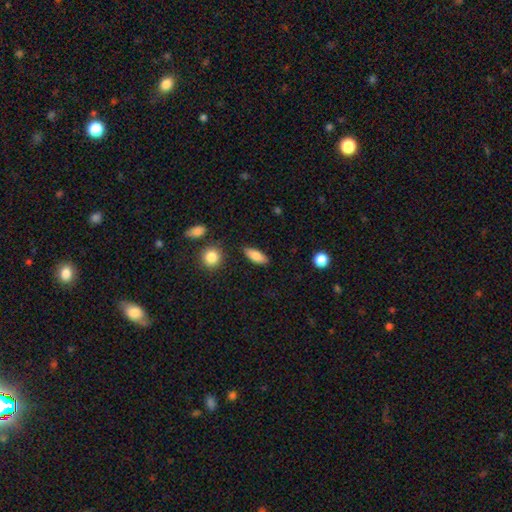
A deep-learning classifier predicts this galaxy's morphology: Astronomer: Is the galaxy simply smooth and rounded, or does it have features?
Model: smooth — 81%.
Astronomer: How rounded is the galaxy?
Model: in between — 75%.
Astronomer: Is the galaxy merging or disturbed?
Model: none — 84%.